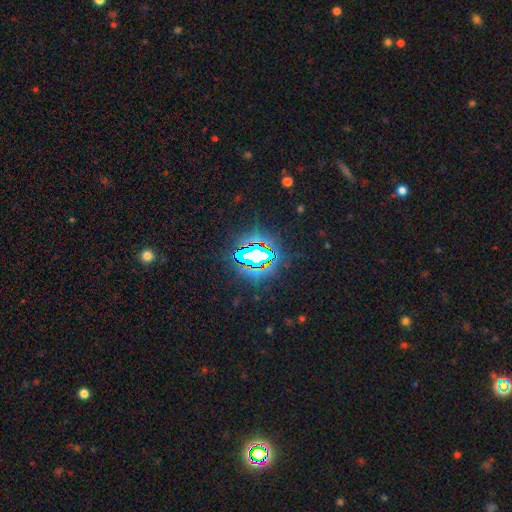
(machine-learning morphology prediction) smooth_or_featured: star or artifact (p=0.74) [alt: smooth p=0.14]